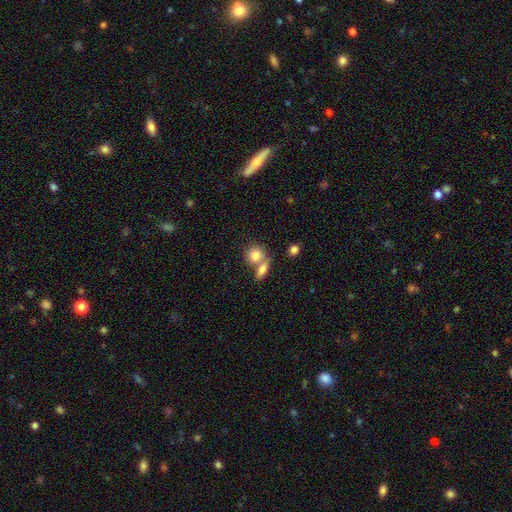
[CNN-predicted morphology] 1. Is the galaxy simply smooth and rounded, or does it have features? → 80% smooth, 12% featured or disk, 8% star or artifact.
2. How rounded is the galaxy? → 66% round, 31% in between, 3% cigar-shaped.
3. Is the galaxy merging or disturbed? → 48% merger, 41% none, 8% minor disturbance, 3% major disturbance.